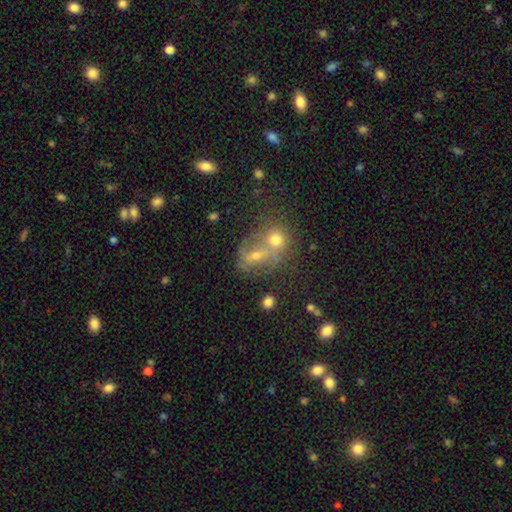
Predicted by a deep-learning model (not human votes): Q: Smooth or featured?
A: featured or disk (41%); tied with: smooth (41%)
Q: Merging?
A: merger (49%); runner-up: none (32%)